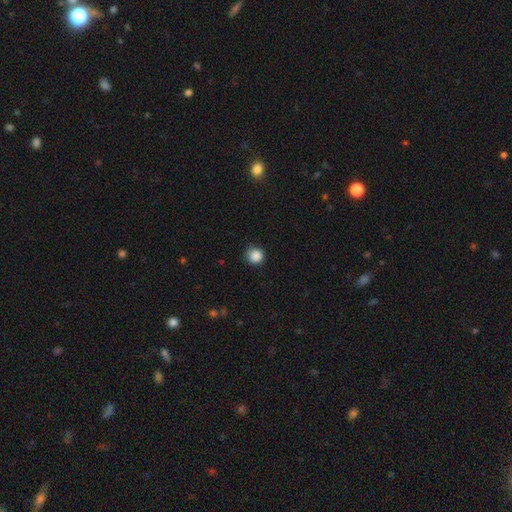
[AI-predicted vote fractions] A smooth galaxy with no disk features (87%) that is round (92%).

Vote fractions:
- Smooth or featured? smooth: 87% / star or artifact: 10% / featured or disk: 3%
- How rounded? round: 92% / in between: 7% / cigar-shaped: 1%
- Merging? none: 80% / minor disturbance: 16% / major disturbance: 3% / merger: 1%